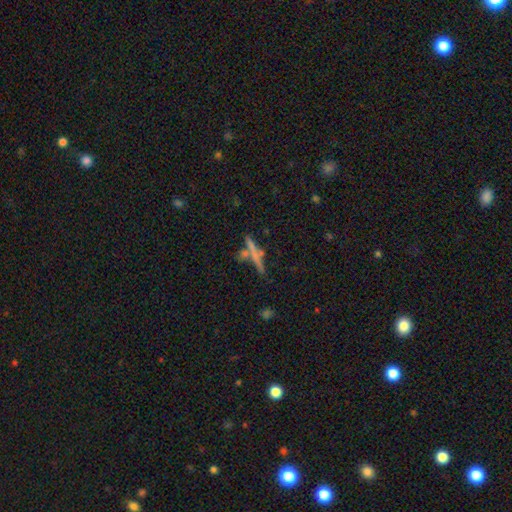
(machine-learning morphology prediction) The model was most divided on "smooth or featured": smooth: 44%, featured or disk: 42%, star or artifact: 14%. More confident: merging — none (65%).